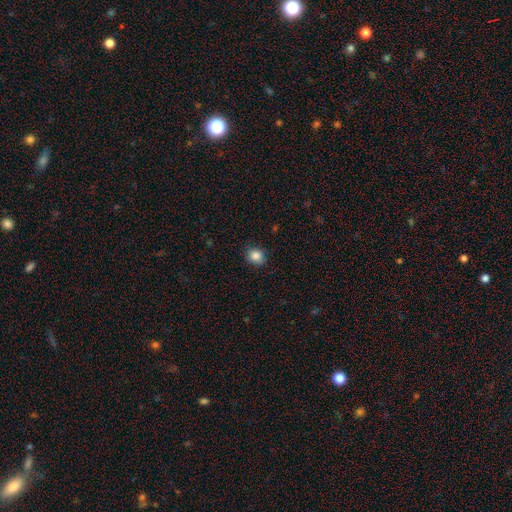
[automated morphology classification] Q: Smooth or featured?
A: smooth (86%); runner-up: star or artifact (10%)
Q: How rounded?
A: round (76%); runner-up: in between (23%)
Q: Merging?
A: none (84%); runner-up: minor disturbance (12%)